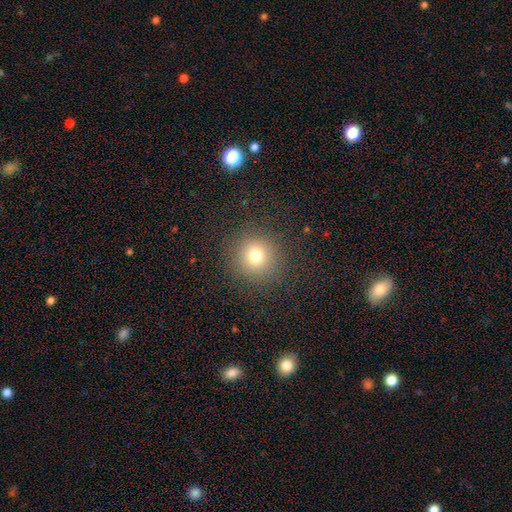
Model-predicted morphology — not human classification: Smooth or featured: smooth — 75% (star or artifact — 17%)
How rounded: round — 93% (in between — 6%)
Merging: none — 88% (minor disturbance — 7%)